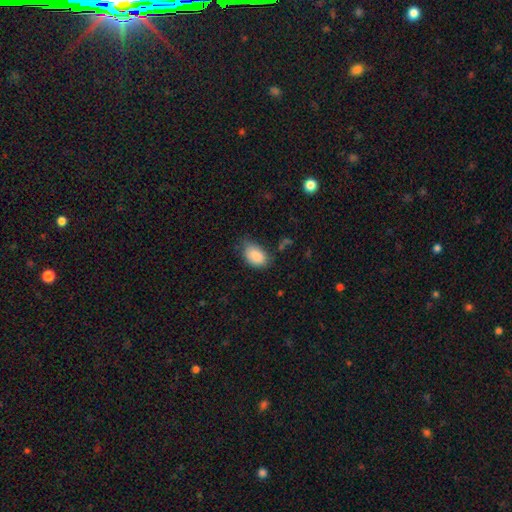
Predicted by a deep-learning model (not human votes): Smooth or featured? Predicted: smooth (p=0.86). How rounded? Predicted: in between (p=0.87). Merging? Predicted: none (p=0.62).